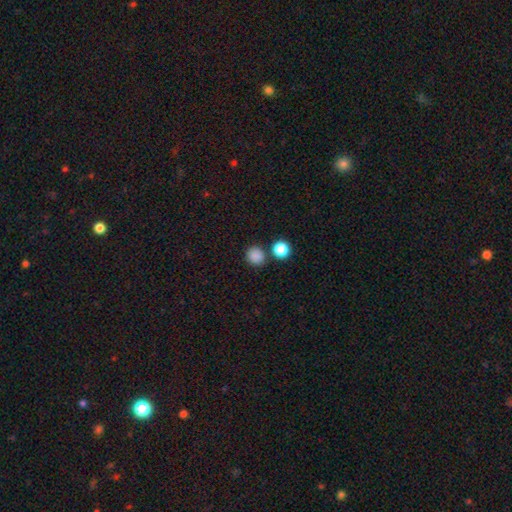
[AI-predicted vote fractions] Smooth or featured: smooth — 85% (star or artifact — 12%)
How rounded: round — 91% (in between — 8%)
Merging: none — 81% (merger — 9%)